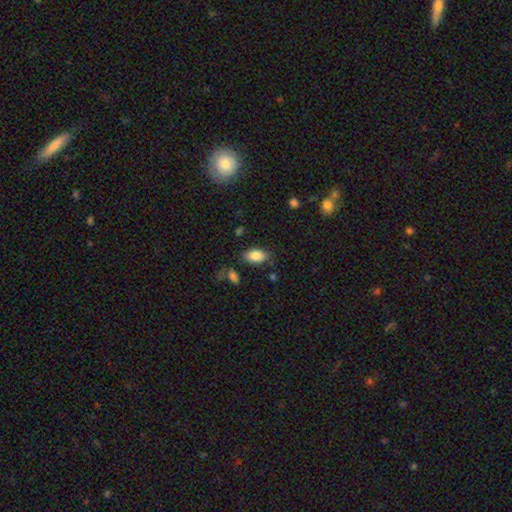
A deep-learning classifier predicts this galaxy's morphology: Smooth or featured?
  - smooth: 86% *
  - star or artifact: 8%
  - featured or disk: 6%
How rounded?
  - in between: 92% *
  - round: 5%
  - cigar-shaped: 3%
Merging?
  - none: 80% *
  - minor disturbance: 13%
  - major disturbance: 4%
  - merger: 3%